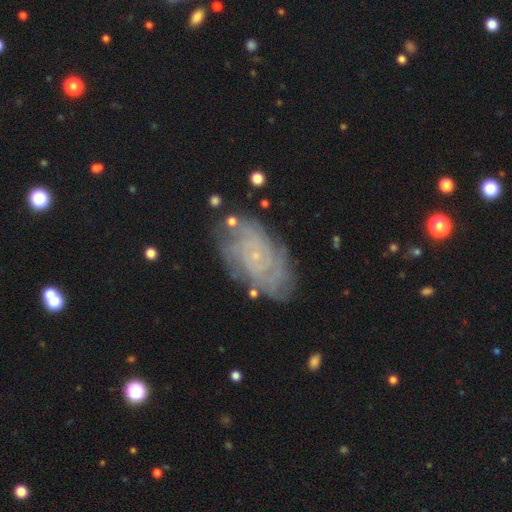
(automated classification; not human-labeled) Overall: featured or disk (76%). Edge-on disk: no (95%). Bar: no (77%). Spiral arms: yes (92%). Spiral arm count: can't tell (45%; 4 15%). Spiral winding: tight (72%). Bulge size: small (85%). Merging: none (78%).